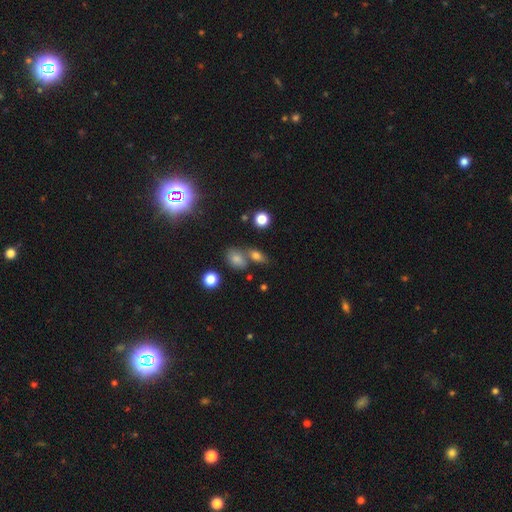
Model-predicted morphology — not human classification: smooth-or-featured: smooth: 69% | star or artifact: 16% | featured or disk: 15%
  how-rounded: in between: 74% | round: 16% | cigar-shaped: 10%
  merging: none: 54% | merger: 29% | minor disturbance: 12% | major disturbance: 5%